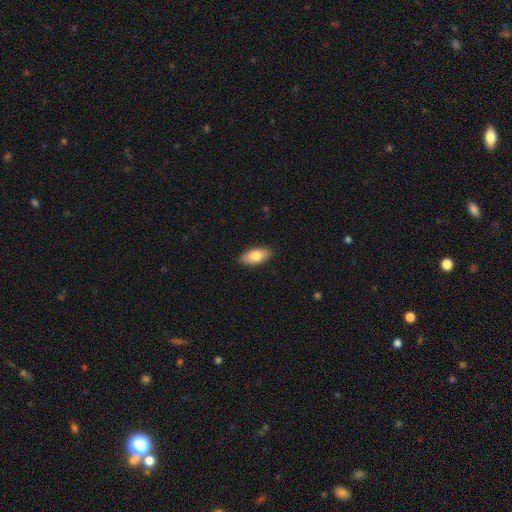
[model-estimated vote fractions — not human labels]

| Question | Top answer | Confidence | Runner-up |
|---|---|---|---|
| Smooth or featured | smooth | 80% | featured or disk (14%) |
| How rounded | in between | 89% | cigar-shaped (8%) |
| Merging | none | 89% | minor disturbance (8%) |